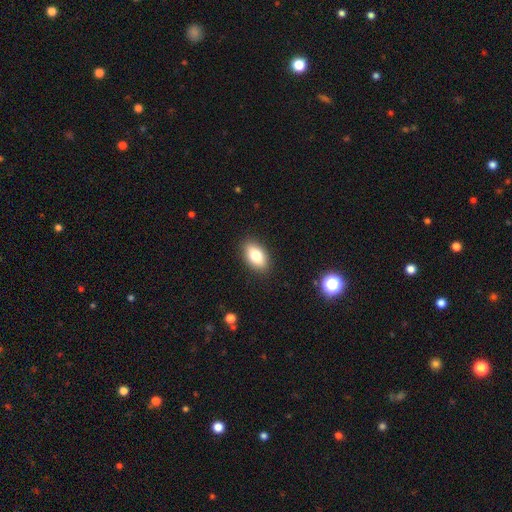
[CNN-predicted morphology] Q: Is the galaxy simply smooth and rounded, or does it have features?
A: smooth — 80%.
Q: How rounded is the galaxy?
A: in between — 91%.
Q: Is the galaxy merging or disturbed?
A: none — 88%.